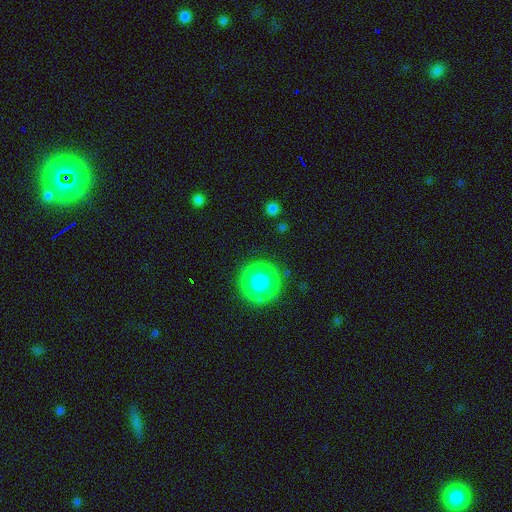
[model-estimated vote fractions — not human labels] star or artifact 50%, smooth 45%, featured or disk 5%.